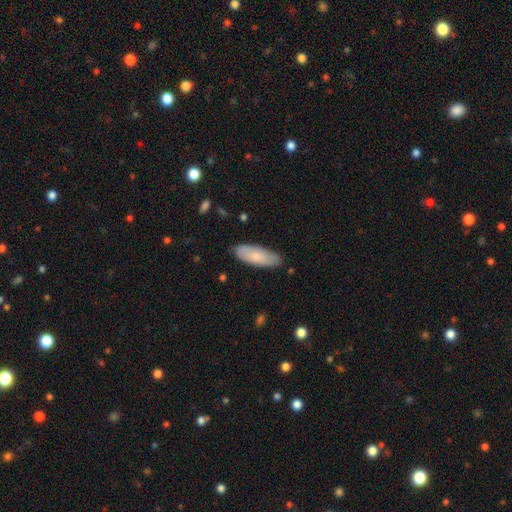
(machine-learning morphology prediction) This is likely a smooth galaxy (73%). How rounded: likely in between (67%). Merging: clearly none (81%).